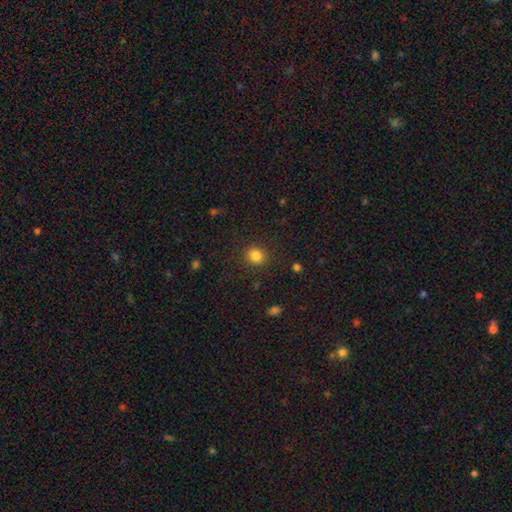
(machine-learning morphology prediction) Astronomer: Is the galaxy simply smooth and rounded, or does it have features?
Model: smooth — 83%.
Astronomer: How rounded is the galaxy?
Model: round — 87%.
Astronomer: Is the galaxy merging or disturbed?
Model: none — 89%.